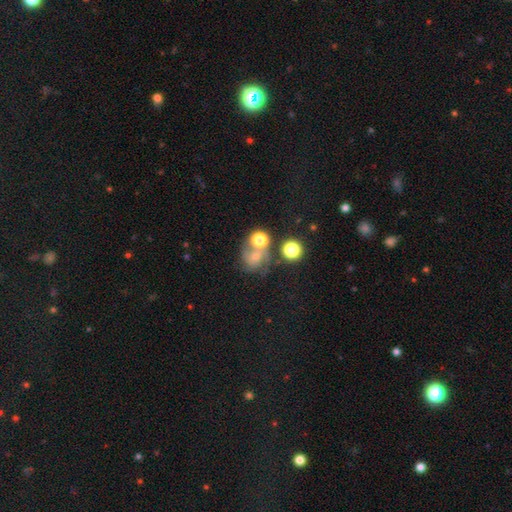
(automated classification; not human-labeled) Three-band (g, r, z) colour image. It shows a smooth galaxy with no disk features (46%). Merging: none (40%).